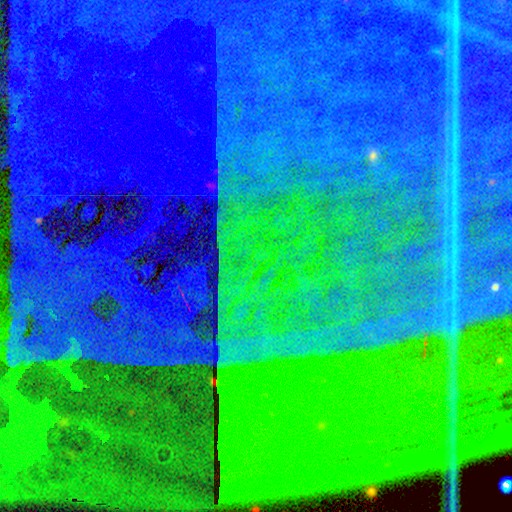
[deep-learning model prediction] A star or artifact, not a galaxy (88%).

Vote fractions:
- Smooth or featured? star or artifact: 88% / featured or disk: 7% / smooth: 5%